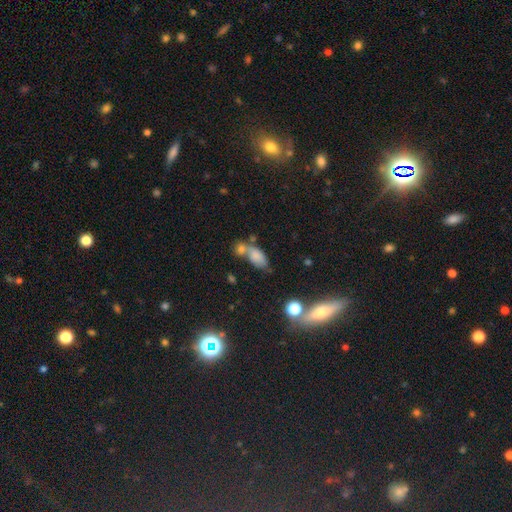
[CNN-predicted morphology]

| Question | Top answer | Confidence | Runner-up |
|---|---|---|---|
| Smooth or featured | smooth | 76% | featured or disk (12%) |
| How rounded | in between | 86% | cigar-shaped (8%) |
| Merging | merger | 48% | none (30%) |